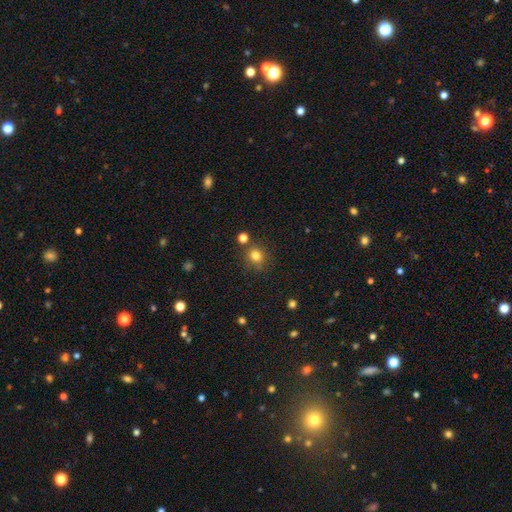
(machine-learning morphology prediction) Smooth or featured?
  - smooth: 80% *
  - star or artifact: 14%
  - featured or disk: 6%
How rounded?
  - round: 84% *
  - in between: 15%
  - cigar-shaped: 1%
Merging?
  - none: 77% *
  - minor disturbance: 11%
  - merger: 8%
  - major disturbance: 4%